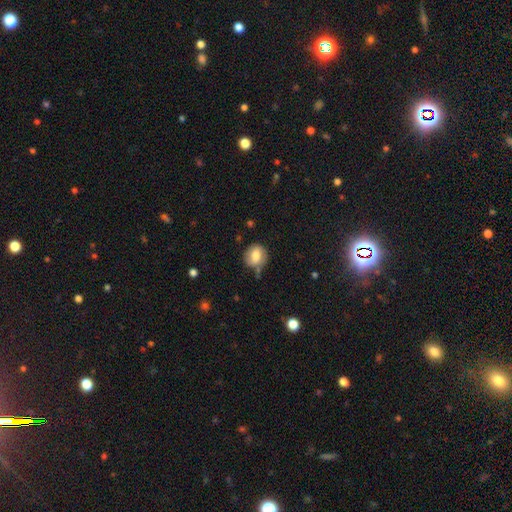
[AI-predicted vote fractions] Overall: smooth (71%). How rounded: round (73%). Merging: none (68%).